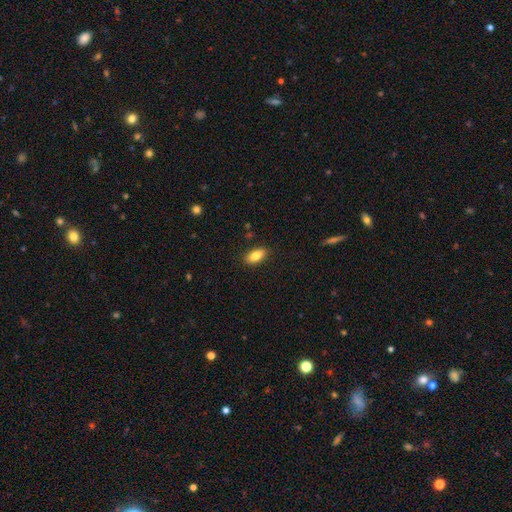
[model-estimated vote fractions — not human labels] Smooth or featured?
  - smooth: 83% *
  - featured or disk: 9%
  - star or artifact: 7%
How rounded?
  - in between: 87% *
  - cigar-shaped: 10%
  - round: 3%
Merging?
  - none: 87% *
  - minor disturbance: 9%
  - major disturbance: 2%
  - merger: 1%